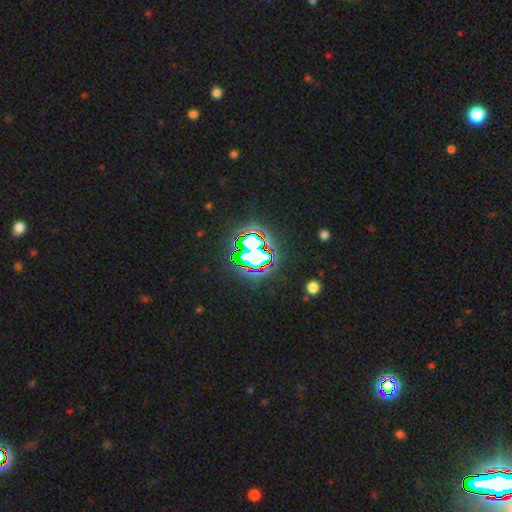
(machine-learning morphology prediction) Q: Smooth or featured?
A: star or artifact (66%); runner-up: featured or disk (17%)